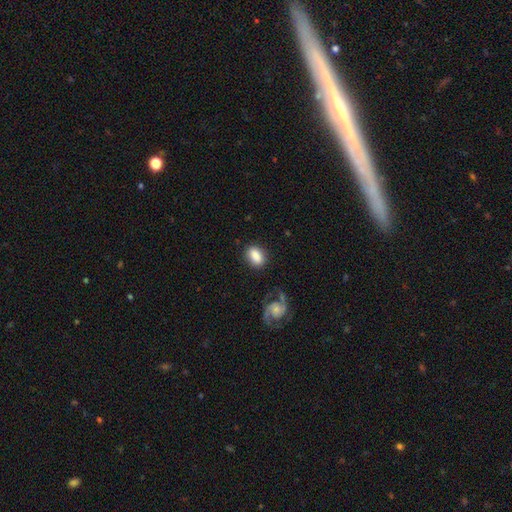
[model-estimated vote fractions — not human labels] A smooth galaxy with no disk features (84%) that is in between round and cigar-shaped (82%). Merging: none (78%).